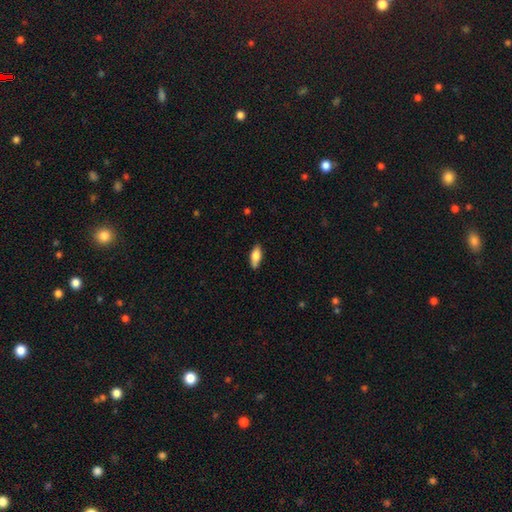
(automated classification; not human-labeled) smooth 73%, featured or disk 20%, star or artifact 6%. Down the decision tree: how rounded — in between (77%); merging — none (82%).